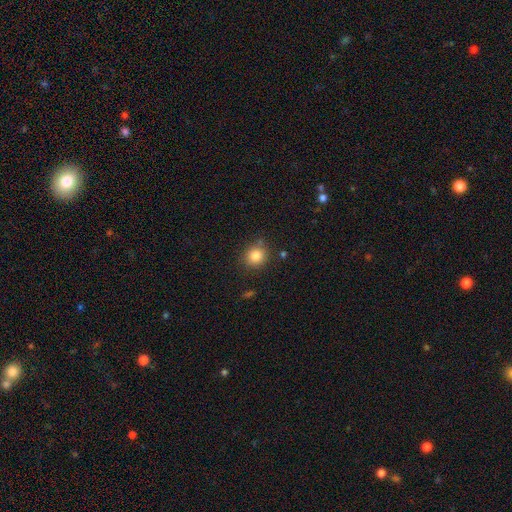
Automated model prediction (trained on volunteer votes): A smooth galaxy with no disk features (84%) that is round (83%). Merging: none (82%).